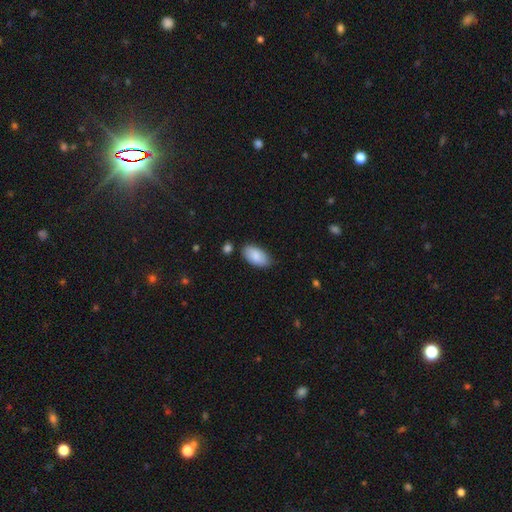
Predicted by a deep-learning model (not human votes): Morphology: type=smooth (85%); roundness=in between (95%); merging=none (75%).